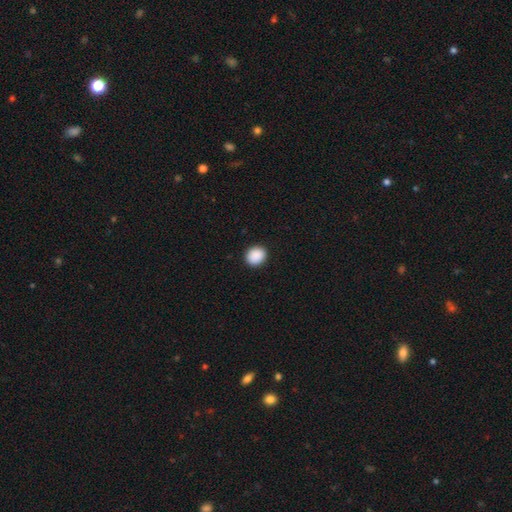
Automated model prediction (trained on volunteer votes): The model was most divided on "how rounded": round: 73%, in between: 26%, cigar-shaped: 1%. More confident: merging — none (92%); smooth or featured — smooth (90%).